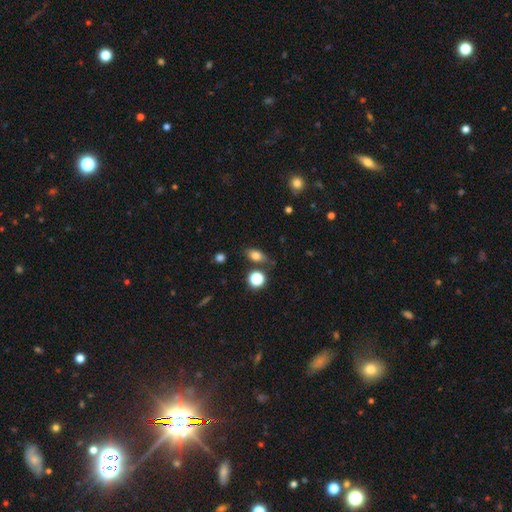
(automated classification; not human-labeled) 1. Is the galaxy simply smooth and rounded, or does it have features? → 77% smooth, 13% star or artifact, 10% featured or disk.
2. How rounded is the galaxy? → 77% in between, 18% round, 5% cigar-shaped.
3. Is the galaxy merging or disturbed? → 75% none, 14% minor disturbance, 6% merger, 4% major disturbance.